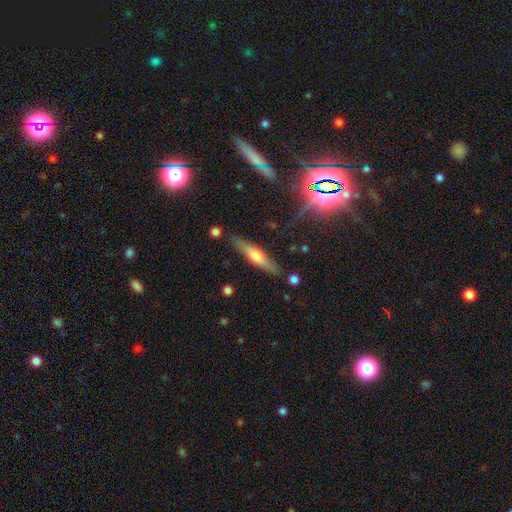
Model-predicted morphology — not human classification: Smooth or featured?
  - featured or disk: 48% *
  - smooth: 44%
  - star or artifact: 9%
Merging?
  - none: 85% *
  - minor disturbance: 10%
  - merger: 3%
  - major disturbance: 2%